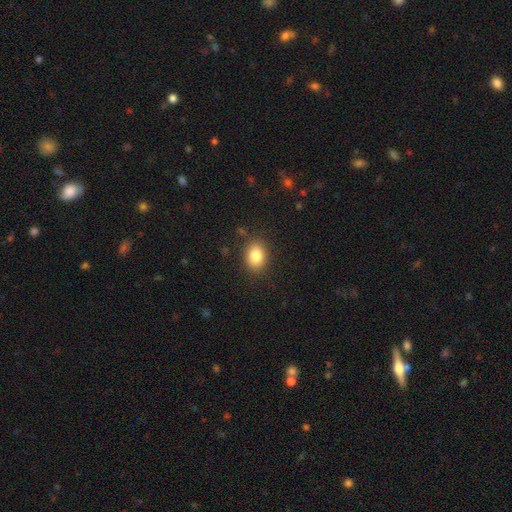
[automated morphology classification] Smooth or featured?
  - smooth: 84% *
  - star or artifact: 9%
  - featured or disk: 7%
How rounded?
  - in between: 66% *
  - round: 33%
  - cigar-shaped: 1%
Merging?
  - none: 86% *
  - minor disturbance: 10%
  - major disturbance: 3%
  - merger: 1%